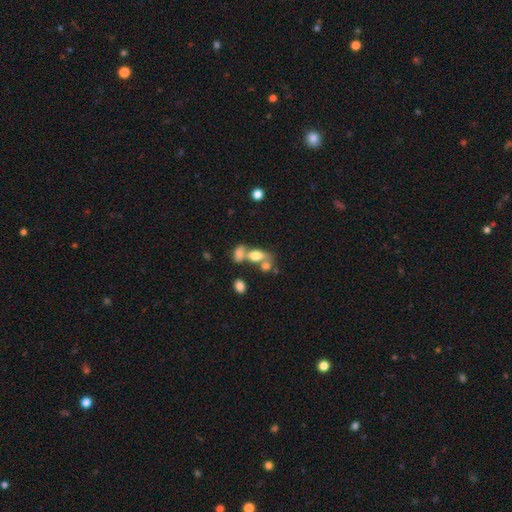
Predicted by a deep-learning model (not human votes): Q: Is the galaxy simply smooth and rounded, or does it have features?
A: smooth — 67%.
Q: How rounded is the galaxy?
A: in between — 81%.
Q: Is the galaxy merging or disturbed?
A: merger — 52%.